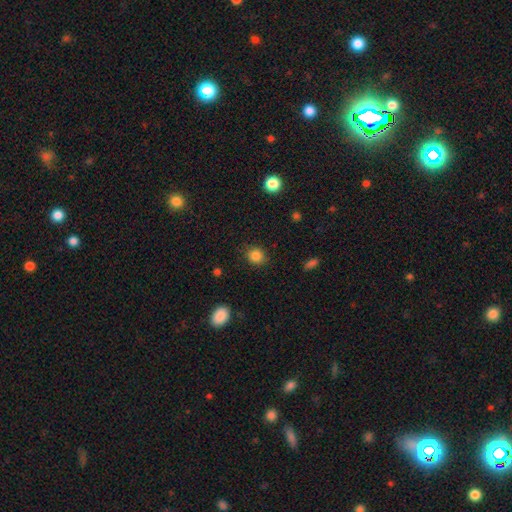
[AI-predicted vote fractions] Morphology: type=smooth (85%); roundness=round (76%); merging=none (87%).